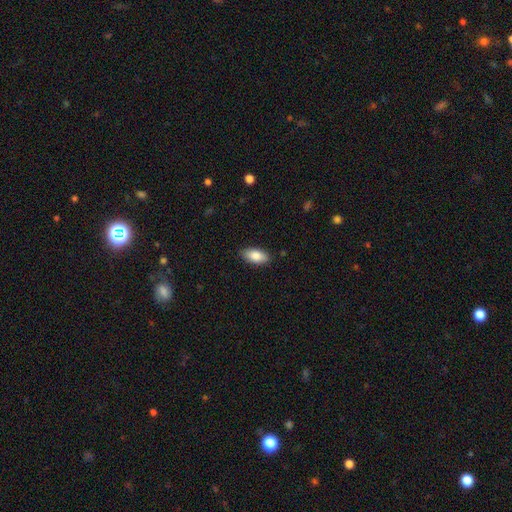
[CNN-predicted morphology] smooth-or-featured: smooth: 84% | featured or disk: 9% | star or artifact: 7%
  how-rounded: in between: 91% | cigar-shaped: 7% | round: 3%
  merging: none: 87% | minor disturbance: 10% | major disturbance: 2% | merger: 1%